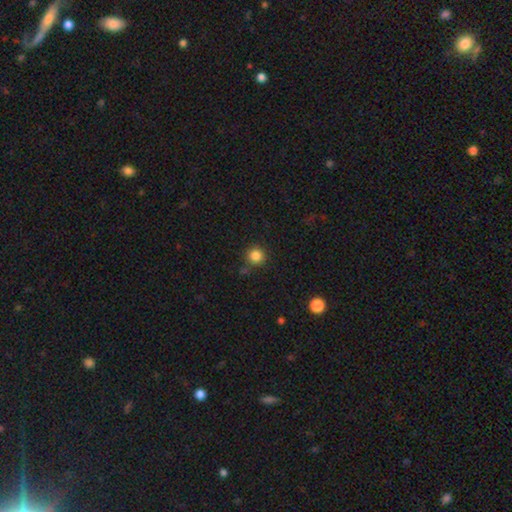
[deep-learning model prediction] Q: Smooth or featured?
A: smooth (84%); runner-up: star or artifact (12%)
Q: How rounded?
A: round (94%); runner-up: in between (5%)
Q: Merging?
A: none (84%); runner-up: minor disturbance (9%)